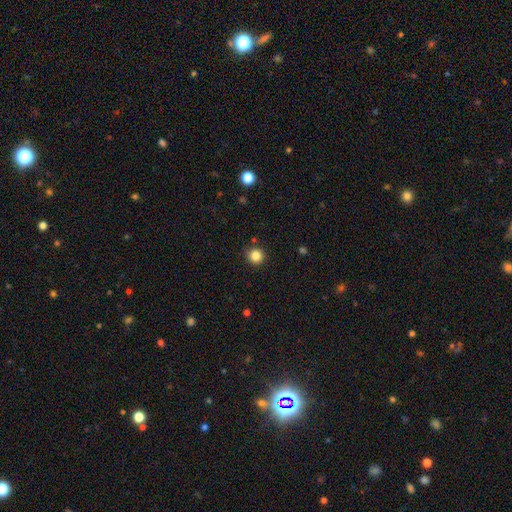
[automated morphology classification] Smooth or featured: smooth — 84% (star or artifact — 12%)
How rounded: round — 92% (in between — 7%)
Merging: none — 87% (minor disturbance — 9%)